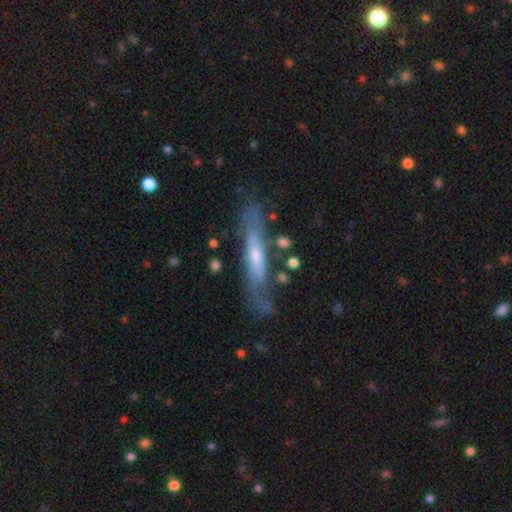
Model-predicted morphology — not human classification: This appears to be a featured or disk galaxy (68%) viewed edge-on (66%). Merging: none (70%).